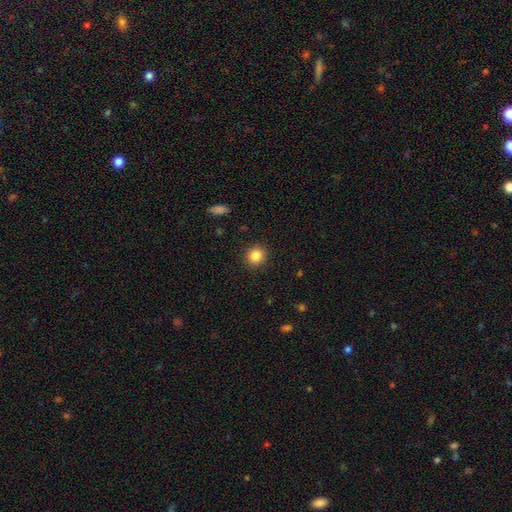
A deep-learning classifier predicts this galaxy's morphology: Smooth or featured? Predicted: smooth (p=0.85). How rounded? Predicted: round (p=0.90). Merging? Predicted: none (p=0.91).